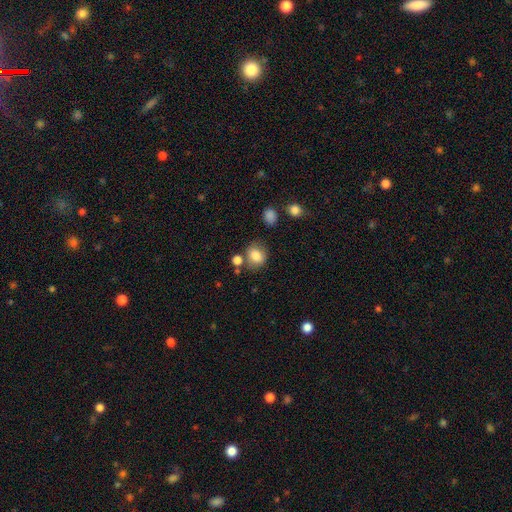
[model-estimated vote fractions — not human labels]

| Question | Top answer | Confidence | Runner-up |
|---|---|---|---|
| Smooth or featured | smooth | 81% | star or artifact (10%) |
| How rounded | round | 57% | in between (42%) |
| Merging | none | 68% | minor disturbance (16%) |